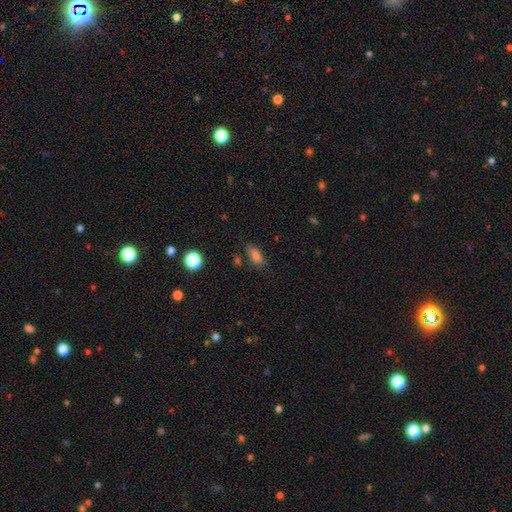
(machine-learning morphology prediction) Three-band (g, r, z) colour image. It shows a smooth galaxy with no disk features (82%) that is in between round and cigar-shaped (82%). Merging: none (77%).